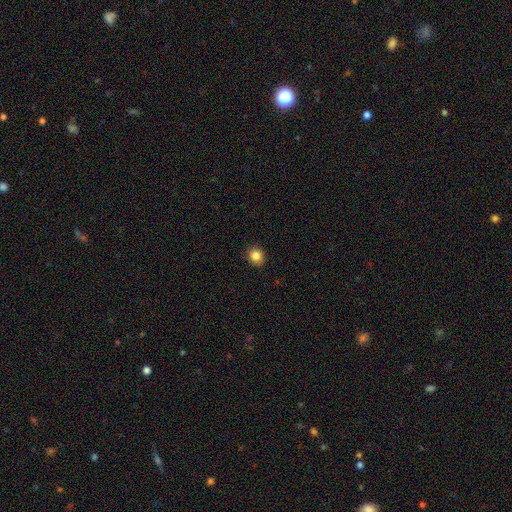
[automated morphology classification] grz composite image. It shows a smooth galaxy with no disk features (84%) that is round (79%). Merging: none (90%).